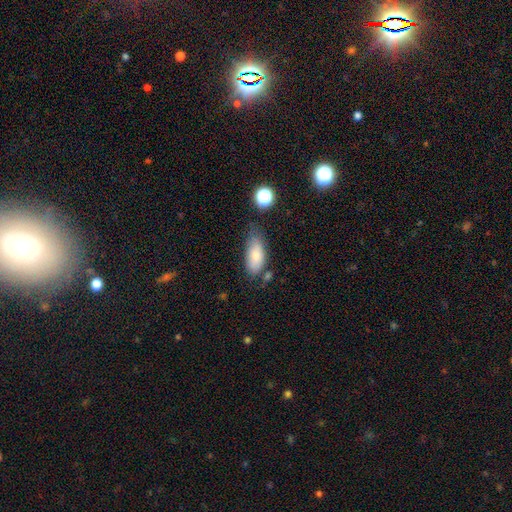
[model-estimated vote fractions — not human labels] Morphology: type=smooth (78%); roundness=in between (86%); merging=none (55%).